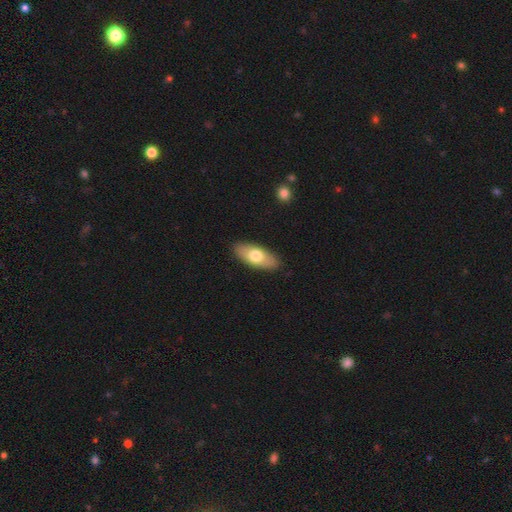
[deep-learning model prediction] Smooth or featured: smooth — 69% (featured or disk — 25%)
How rounded: in between — 83% (cigar-shaped — 15%)
Merging: none — 88% (minor disturbance — 9%)